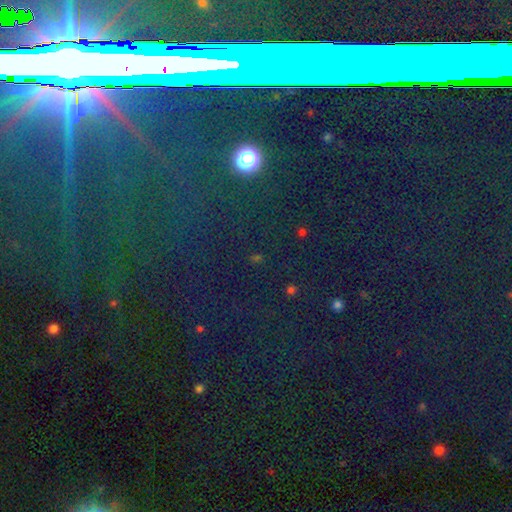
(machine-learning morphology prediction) type=star or artifact (74%).